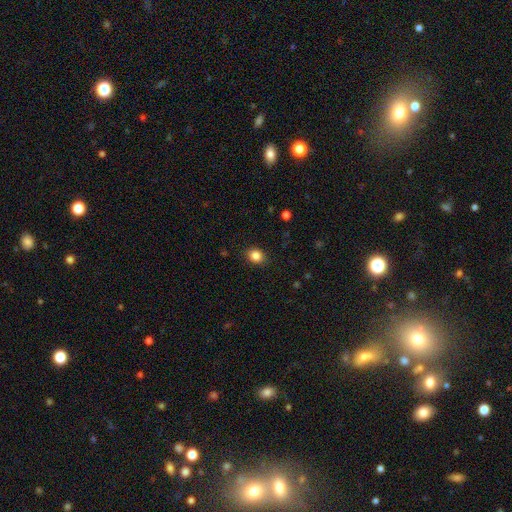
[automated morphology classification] smooth 85%, star or artifact 11%, featured or disk 4%. Down the decision tree: how rounded — round (63%); merging — none (88%).